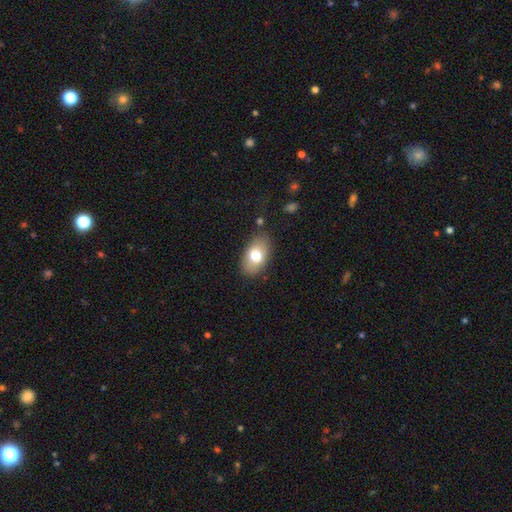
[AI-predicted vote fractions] This appears to be a smooth galaxy with no disk features (74%) that is in between round and cigar-shaped (89%). Merging: none (80%).